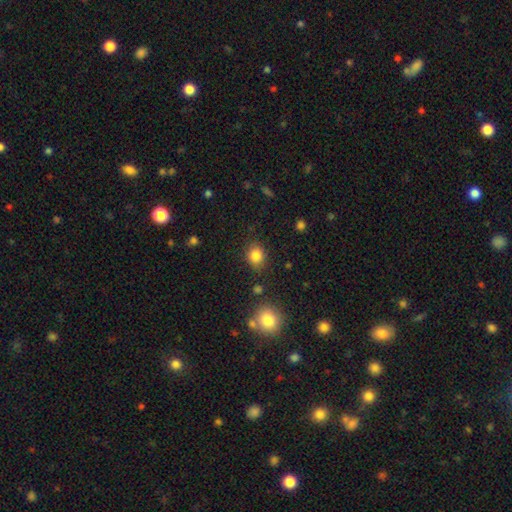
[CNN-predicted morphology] Smooth or featured?
  - smooth: 84% *
  - star or artifact: 10%
  - featured or disk: 6%
How rounded?
  - round: 60% *
  - in between: 39%
  - cigar-shaped: 1%
Merging?
  - none: 82% *
  - minor disturbance: 12%
  - major disturbance: 3%
  - merger: 3%